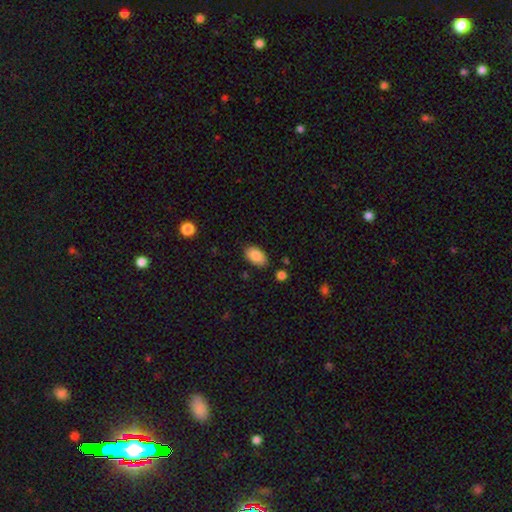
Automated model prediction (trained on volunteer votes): Smooth or featured? Predicted: smooth (p=0.85). How rounded? Predicted: in between (p=0.93). Merging? Predicted: none (p=0.82).